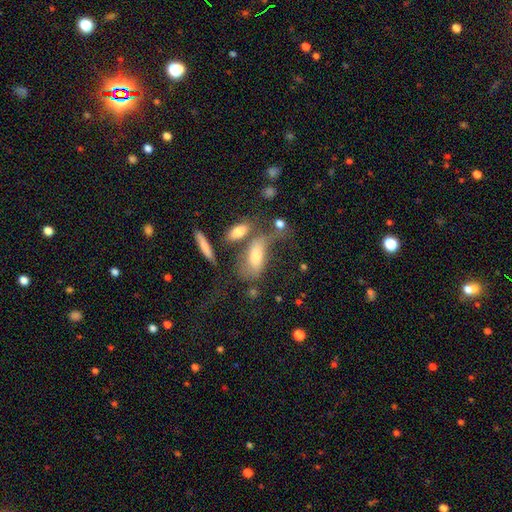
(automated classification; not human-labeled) smooth 59%, featured or disk 30%, star or artifact 11%. Down the decision tree: how rounded — in between (77%); merging — none (31%).